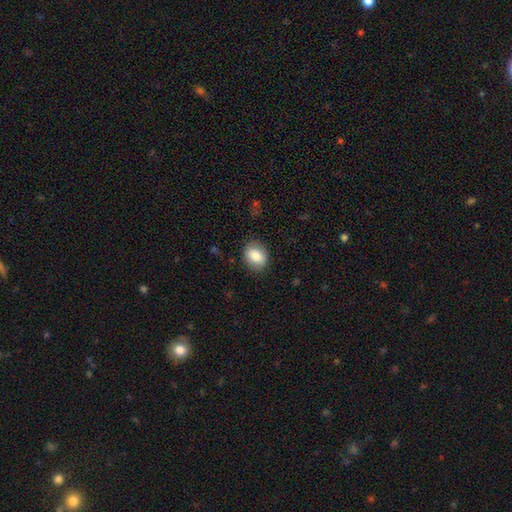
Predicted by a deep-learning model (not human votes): Smooth or featured?
  - smooth: 81% *
  - featured or disk: 11%
  - star or artifact: 8%
How rounded?
  - in between: 59% *
  - round: 39%
  - cigar-shaped: 1%
Merging?
  - none: 85% *
  - minor disturbance: 11%
  - major disturbance: 3%
  - merger: 1%